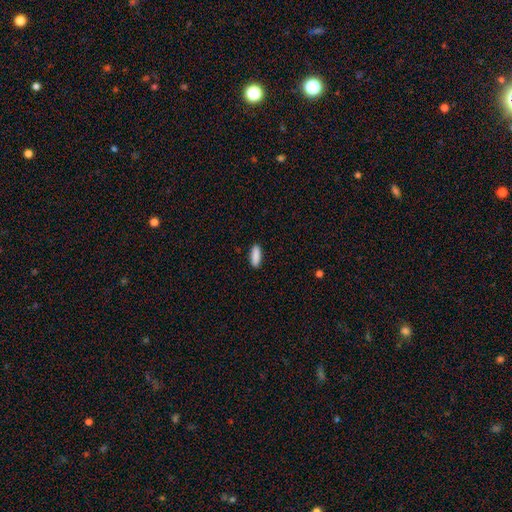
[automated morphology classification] This is clearly a smooth galaxy (90%). How rounded: possibly in between (57%). Merging: clearly none (90%).